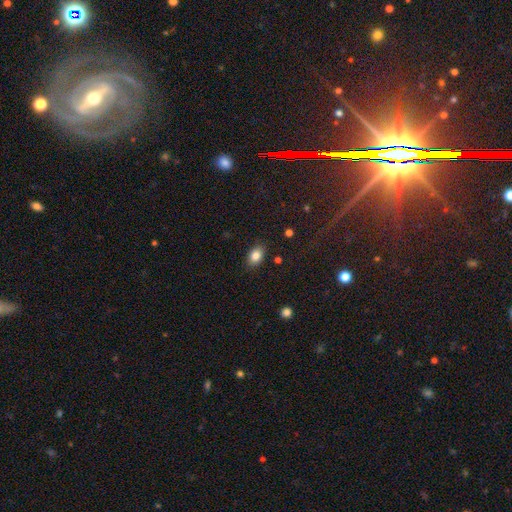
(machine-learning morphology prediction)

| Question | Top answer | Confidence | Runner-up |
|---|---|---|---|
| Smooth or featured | smooth | 84% | star or artifact (9%) |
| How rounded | in between | 81% | round (18%) |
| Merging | none | 85% | minor disturbance (11%) |